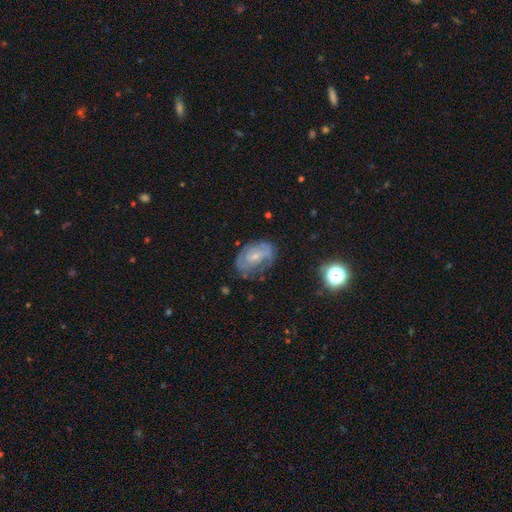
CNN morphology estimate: Smooth or featured? Predicted: featured or disk (p=0.73). Edge-on disk? Predicted: no (p=0.97). Bar? Predicted: no (p=0.50). Spiral arms? Predicted: yes (p=0.83). Spiral winding? Predicted: tight (p=0.53). Spiral arm count? Predicted: 2 (p=0.42). Bulge size? Predicted: small (p=0.67). Merging? Predicted: none (p=0.62).